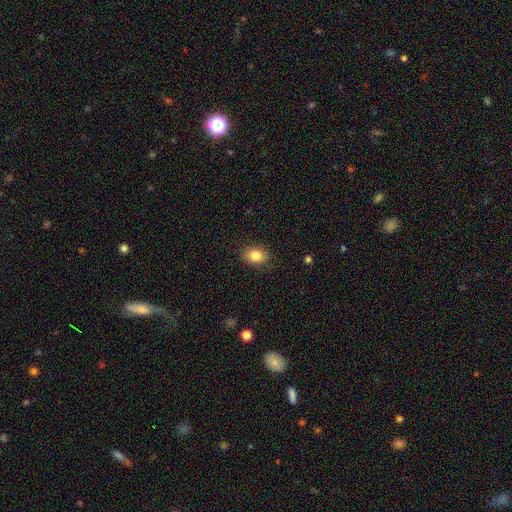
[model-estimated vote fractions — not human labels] This is clearly a smooth galaxy (84%). How rounded: likely in between (75%). Merging: clearly none (87%).